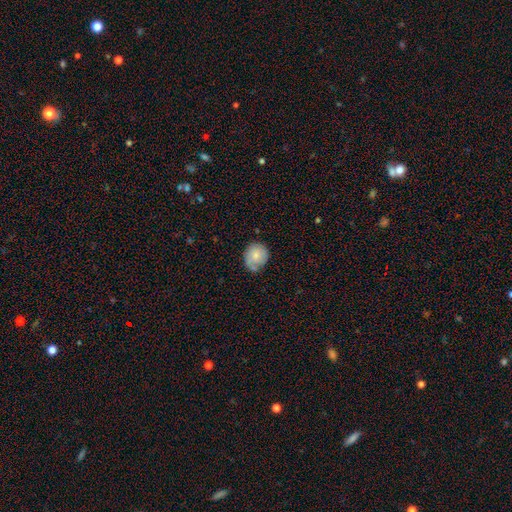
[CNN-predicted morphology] This appears to be a smooth galaxy with no disk features (71%) that is round (79%). Merging: none (61%).